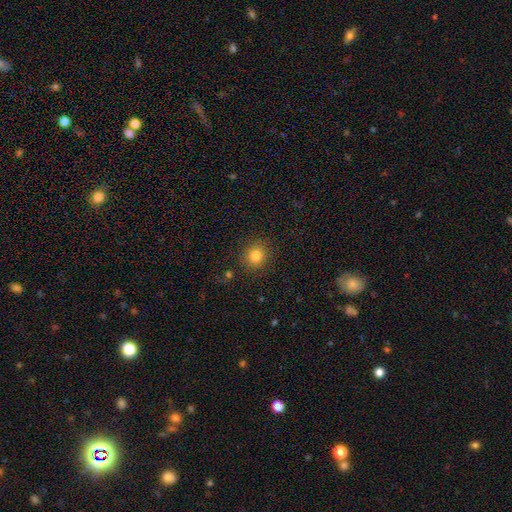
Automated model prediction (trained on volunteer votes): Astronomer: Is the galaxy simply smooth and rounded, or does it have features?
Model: smooth — 83%.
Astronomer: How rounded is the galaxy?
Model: round — 84%.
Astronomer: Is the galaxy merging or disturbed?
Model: none — 87%.